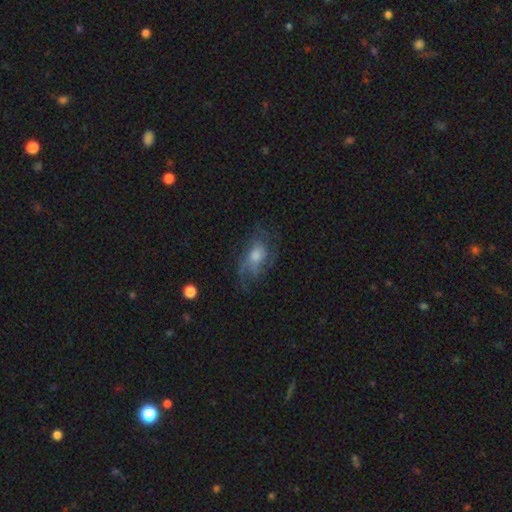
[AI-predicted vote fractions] smooth_or_featured: featured or disk (p=0.55) [alt: smooth p=0.33]
disk_edge_on: no (p=0.93) [alt: yes p=0.07]
bar: no (p=0.78) [alt: weak p=0.19]
has_spiral_arms: yes (p=0.70) [alt: no p=0.30]
bulge_size: moderate (p=0.51) [alt: small p=0.23]
merging: none (p=0.53) [alt: major disturbance p=0.23]